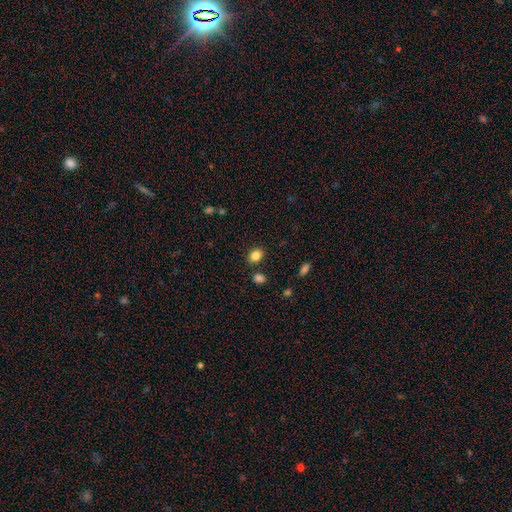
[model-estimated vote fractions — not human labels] Overall: smooth (84%). How rounded: in between (58%; round 41%). Merging: none (83%).